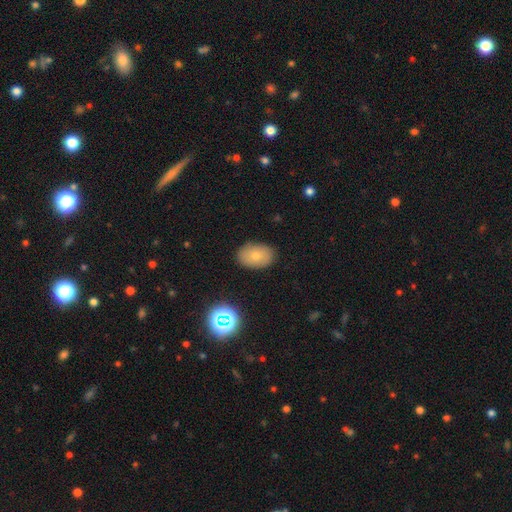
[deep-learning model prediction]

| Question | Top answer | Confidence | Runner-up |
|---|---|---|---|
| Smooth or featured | smooth | 73% | featured or disk (17%) |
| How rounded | in between | 83% | round (16%) |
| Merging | none | 85% | minor disturbance (11%) |